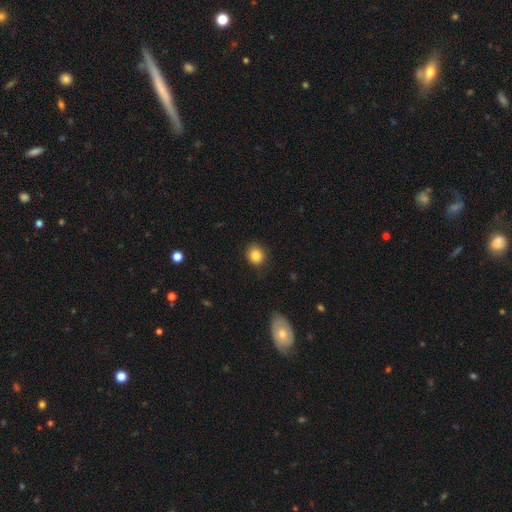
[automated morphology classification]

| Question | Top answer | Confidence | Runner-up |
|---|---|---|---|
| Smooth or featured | smooth | 84% | star or artifact (10%) |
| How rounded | round | 78% | in between (21%) |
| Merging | none | 85% | minor disturbance (12%) |